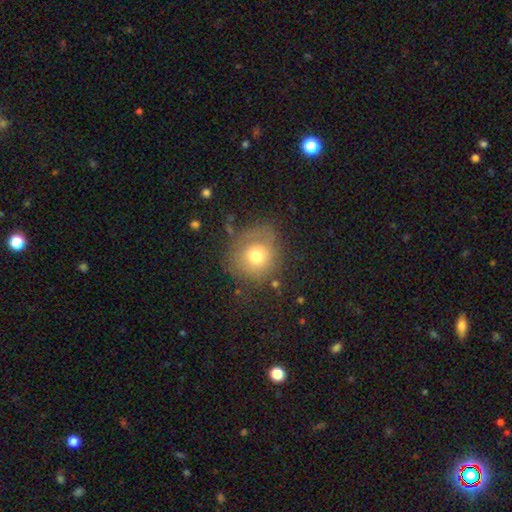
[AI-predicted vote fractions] A smooth galaxy with no disk features (67%) that is round (88%).

Vote fractions:
- Smooth or featured? smooth: 67% / featured or disk: 20% / star or artifact: 13%
- How rounded? round: 88% / in between: 11% / cigar-shaped: 1%
- Merging? none: 65% / minor disturbance: 19% / major disturbance: 13% / merger: 3%